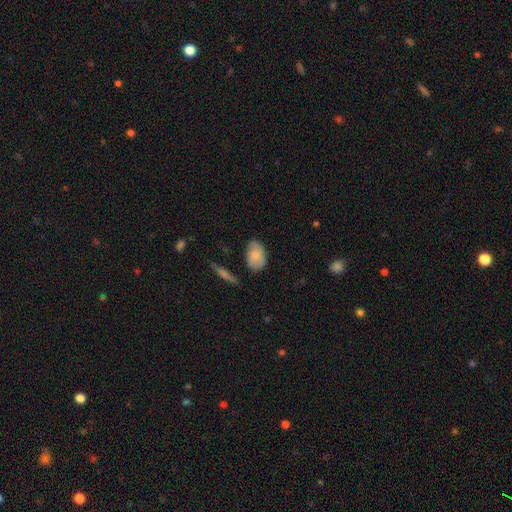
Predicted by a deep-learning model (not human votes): This appears to be a smooth galaxy with no disk features (80%) that is in between round and cigar-shaped (89%). Merging: none (69%).